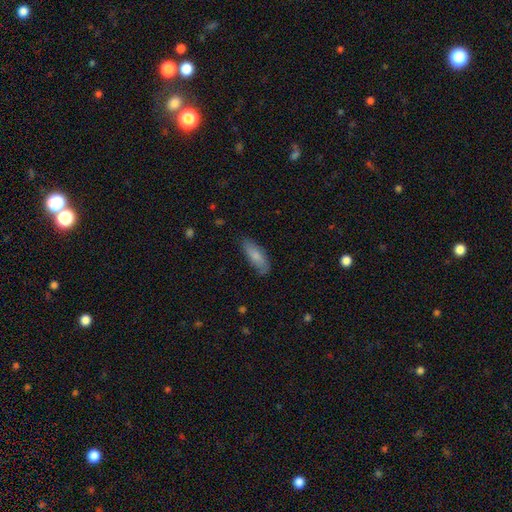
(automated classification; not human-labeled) Smooth or featured? Predicted: smooth (p=0.79). How rounded? Predicted: in between (p=0.64). Merging? Predicted: none (p=0.79).